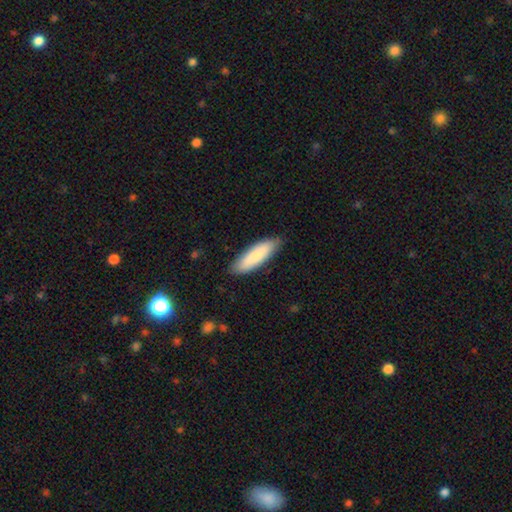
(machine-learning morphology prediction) A smooth galaxy with no disk features (82%) that is cigar-shaped (54%).

Vote fractions:
- Smooth or featured? smooth: 82% / featured or disk: 13% / star or artifact: 5%
- How rounded? cigar-shaped: 54% / in between: 44% / round: 1%
- Merging? none: 85% / minor disturbance: 12% / major disturbance: 2% / merger: 1%